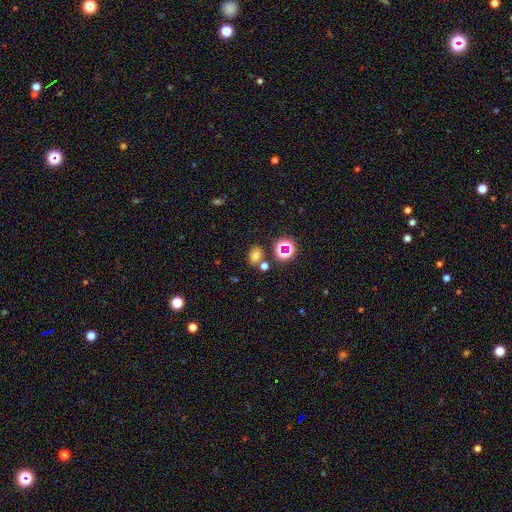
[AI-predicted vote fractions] smooth_or_featured: smooth (p=0.67) [alt: star or artifact p=0.24]
how_rounded: in between (p=0.55) [alt: round p=0.44]
merging: none (p=0.73) [alt: merger p=0.13]